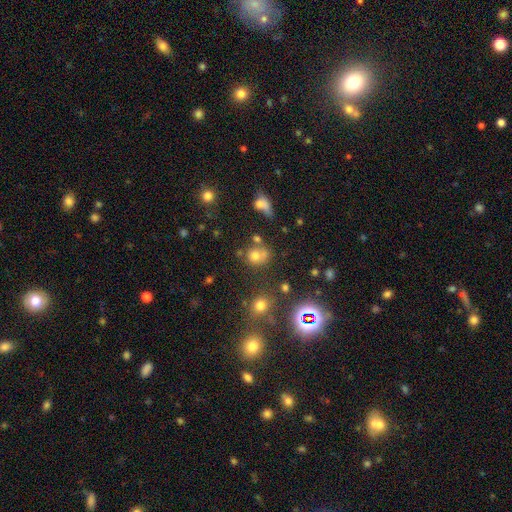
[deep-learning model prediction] Q: Smooth or featured?
A: smooth (68%); runner-up: star or artifact (19%)
Q: How rounded?
A: round (74%); runner-up: in between (25%)
Q: Merging?
A: none (51%); runner-up: merger (23%)